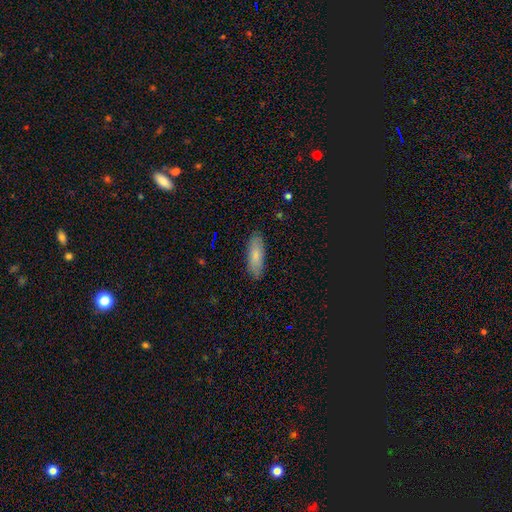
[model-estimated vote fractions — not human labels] The model was most divided on "how rounded": in between: 58%, cigar-shaped: 41%, round: 2%. More confident: merging — none (87%); smooth or featured — smooth (81%).